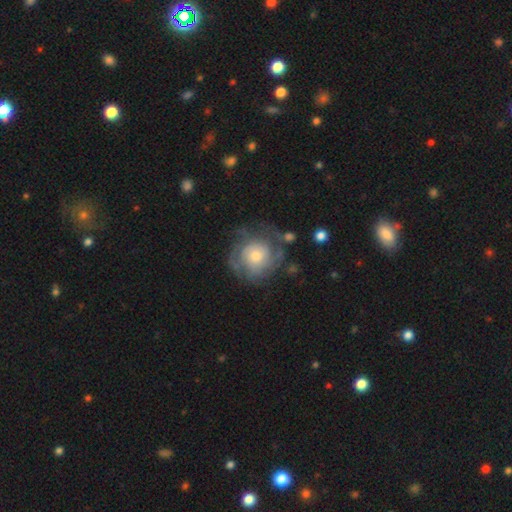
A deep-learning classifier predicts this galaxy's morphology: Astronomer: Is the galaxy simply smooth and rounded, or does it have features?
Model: featured or disk — 61%.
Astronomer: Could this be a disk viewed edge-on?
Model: no — 97%.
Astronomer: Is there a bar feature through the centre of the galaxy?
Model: no — 81%.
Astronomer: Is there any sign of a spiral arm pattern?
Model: yes — 74%.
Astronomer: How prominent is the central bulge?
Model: moderate — 53% (runner-up: small, 29%).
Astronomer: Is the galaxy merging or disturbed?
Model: none — 63%.